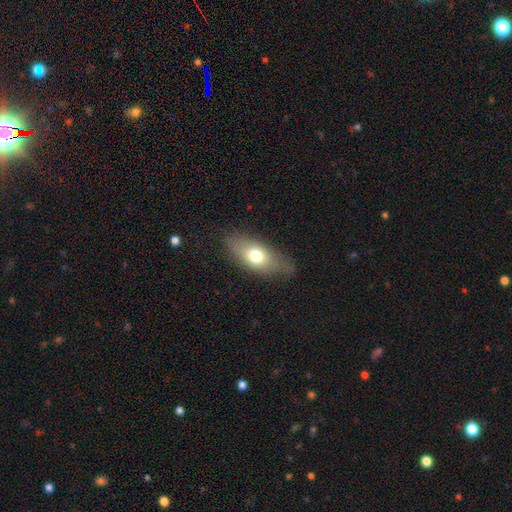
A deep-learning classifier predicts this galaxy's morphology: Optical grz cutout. It shows a smooth galaxy with no disk features (69%) that is in between round and cigar-shaped (81%). Merging: none (74%).